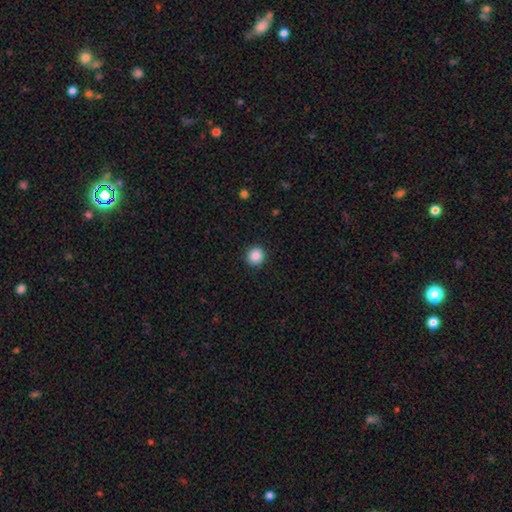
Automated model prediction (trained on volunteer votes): This is clearly a smooth galaxy (87%). How rounded: clearly round (94%). Merging: clearly none (92%).